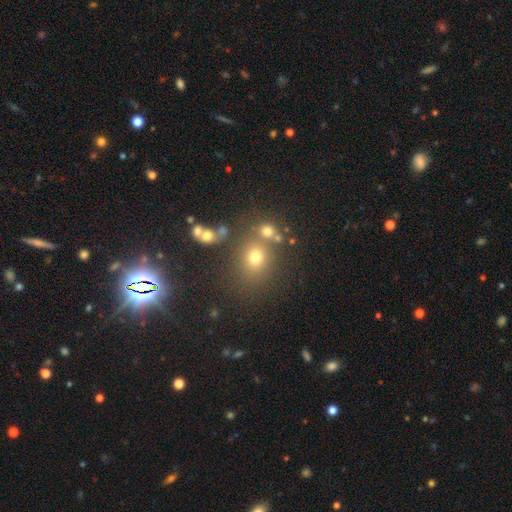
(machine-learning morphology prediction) A smooth galaxy with no disk features (61%) that is round (69%).

Vote fractions:
- Smooth or featured? smooth: 61% / star or artifact: 27% / featured or disk: 12%
- How rounded? round: 69% / in between: 30% / cigar-shaped: 1%
- Merging? none: 61% / merger: 24% / minor disturbance: 10% / major disturbance: 5%